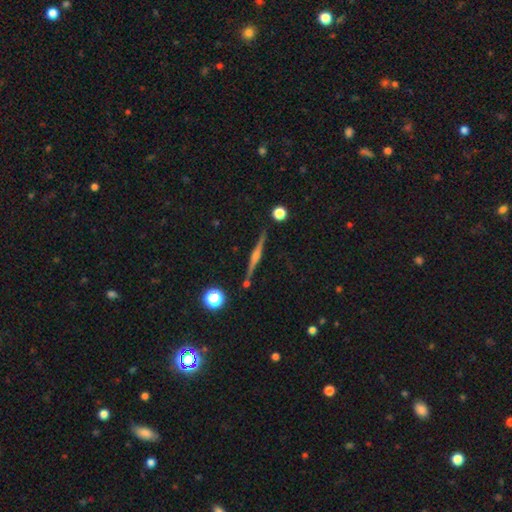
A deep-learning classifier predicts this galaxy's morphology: The model was most divided on "edge-on bulge": rounded: 73%, boxy: 15%, none: 12%. More confident: edge-on disk — yes (98%); merging — none (88%); smooth or featured — featured or disk (76%).